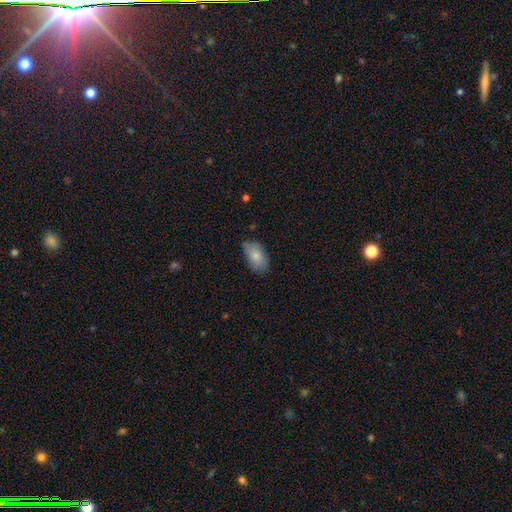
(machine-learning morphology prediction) smooth_or_featured: smooth (p=0.81) [alt: featured or disk p=0.12]
how_rounded: in between (p=0.93) [alt: round p=0.05]
merging: none (p=0.66) [alt: minor disturbance p=0.27]